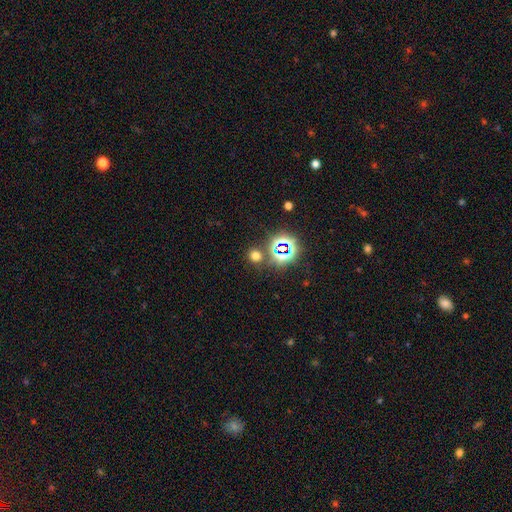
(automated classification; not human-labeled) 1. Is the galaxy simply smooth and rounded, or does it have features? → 58% smooth, 36% star or artifact, 6% featured or disk.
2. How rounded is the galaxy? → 82% round, 17% in between, 1% cigar-shaped.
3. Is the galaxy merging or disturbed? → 80% none, 8% merger, 8% minor disturbance, 4% major disturbance.